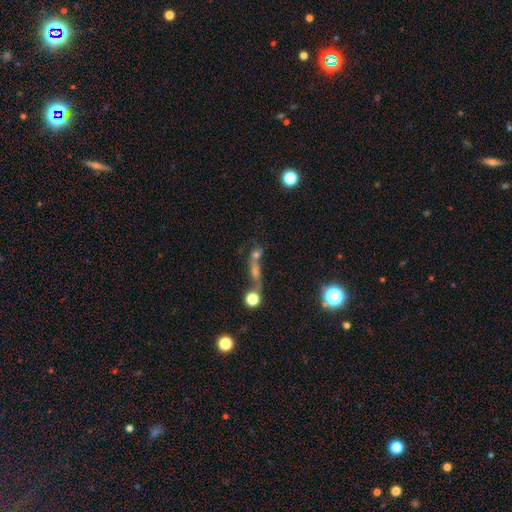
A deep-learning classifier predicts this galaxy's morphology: Smooth or featured? star or artifact (40%)